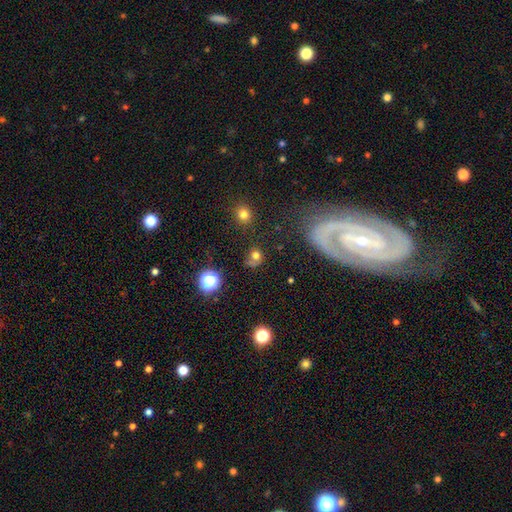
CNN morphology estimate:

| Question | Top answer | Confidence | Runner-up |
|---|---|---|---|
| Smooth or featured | smooth | 68% | star or artifact (20%) |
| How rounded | round | 79% | in between (20%) |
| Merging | none | 53% | minor disturbance (18%) |